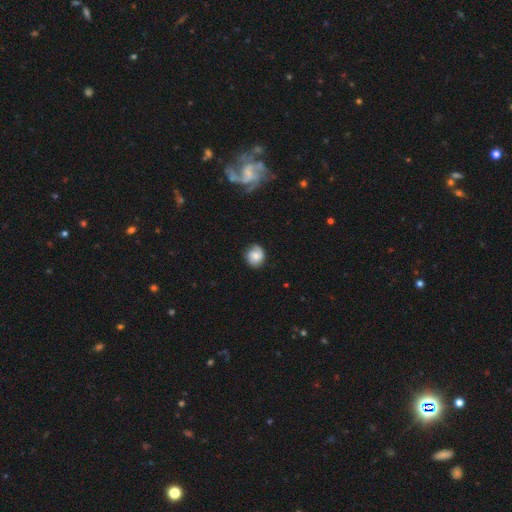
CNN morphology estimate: A smooth galaxy with no disk features (59%) that is round (76%).

Vote fractions:
- Smooth or featured? smooth: 59% / featured or disk: 32% / star or artifact: 9%
- How rounded? round: 76% / in between: 23% / cigar-shaped: 1%
- Merging? none: 74% / minor disturbance: 20% / major disturbance: 5% / merger: 1%